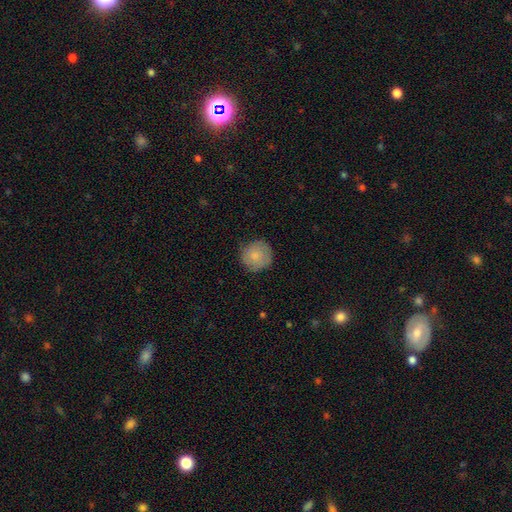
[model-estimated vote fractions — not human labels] Overall: smooth (79%). How rounded: round (93%). Merging: none (80%).